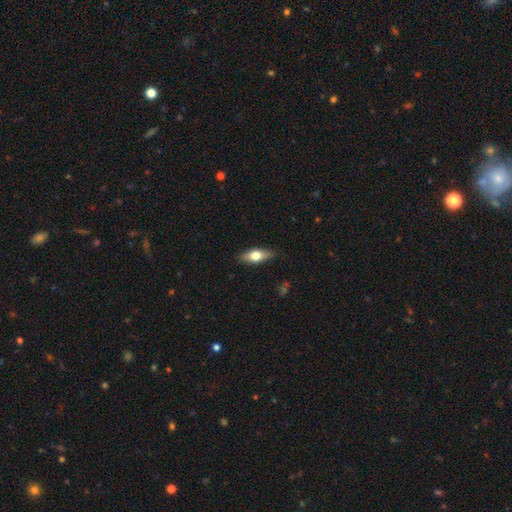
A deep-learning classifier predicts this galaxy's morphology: A smooth galaxy with no disk features (61%) that is in between round and cigar-shaped (70%). Merging: none (86%).